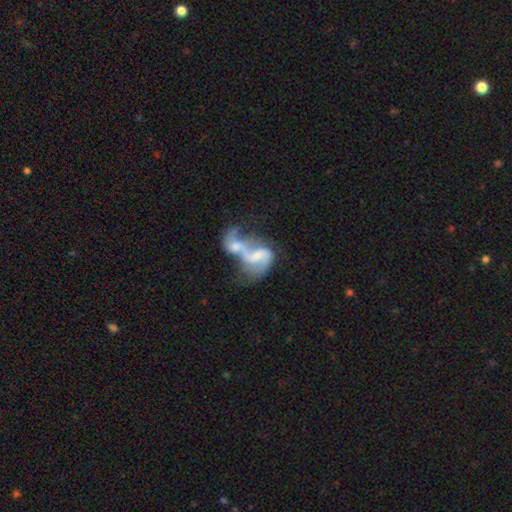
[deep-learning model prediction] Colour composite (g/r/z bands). It shows a featured or disk galaxy (73%) with a weak bar (41%), 2 (73%) loose (62%) spiral arms (79%) and a small central bulge (38%). Merging: merger (71%).